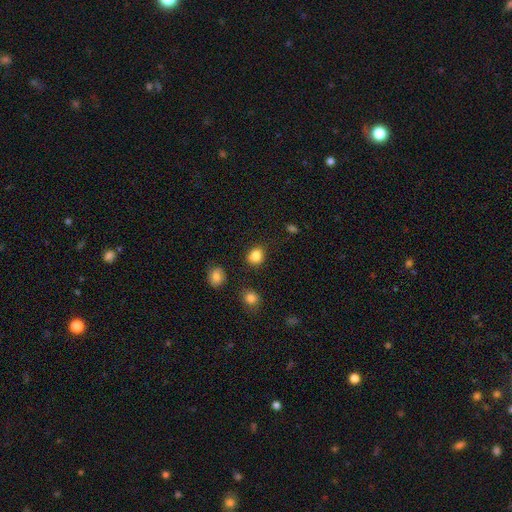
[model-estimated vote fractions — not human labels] A smooth galaxy with no disk features (85%) that is round (70%).

Vote fractions:
- Smooth or featured? smooth: 85% / star or artifact: 11% / featured or disk: 4%
- How rounded? round: 70% / in between: 29% / cigar-shaped: 1%
- Merging? none: 84% / minor disturbance: 10% / merger: 3% / major disturbance: 3%